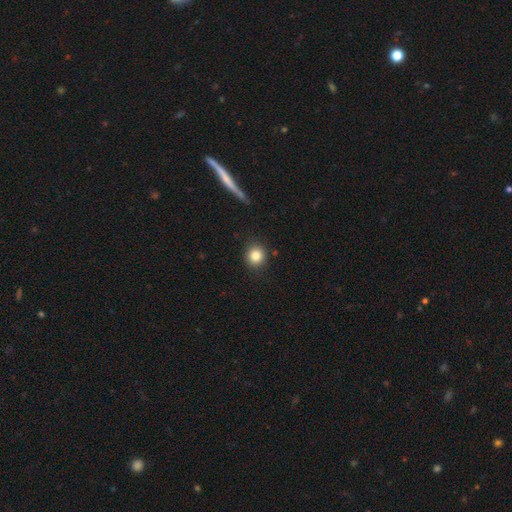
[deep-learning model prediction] Morphology: type=smooth (83%); roundness=round (88%); merging=none (89%).